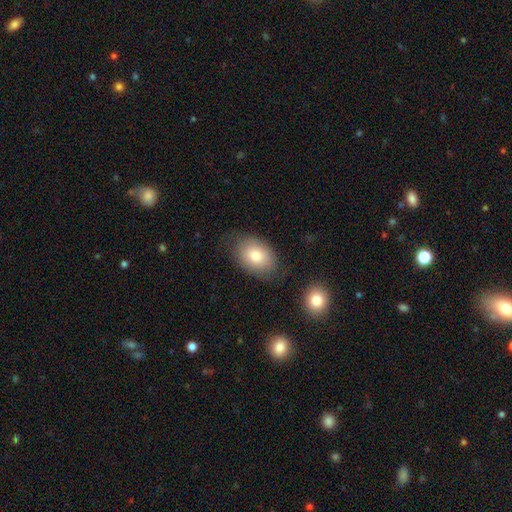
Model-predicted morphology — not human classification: Smooth or featured? smooth (79%)
How rounded? in between (77%)
Merging? none (75%)